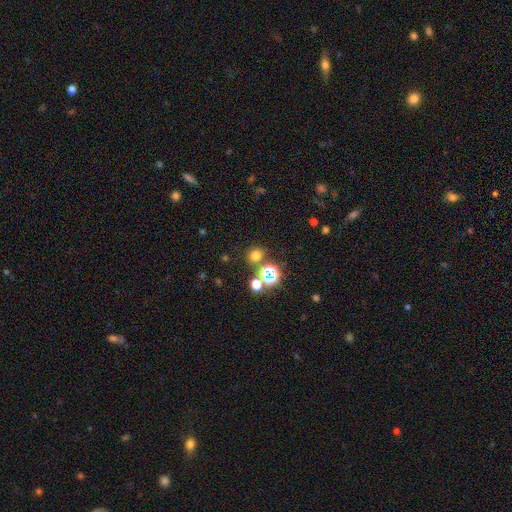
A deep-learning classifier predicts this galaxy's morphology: smooth 64%, star or artifact 28%, featured or disk 8%. Down the decision tree: how rounded — round (80%); merging — none (72%).